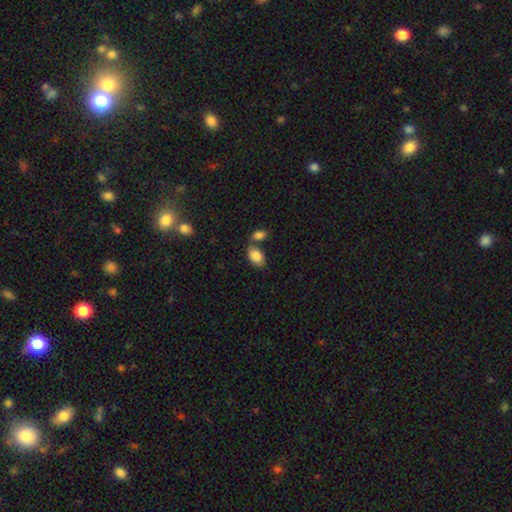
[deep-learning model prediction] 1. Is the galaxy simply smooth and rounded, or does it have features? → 86% smooth, 7% featured or disk, 7% star or artifact.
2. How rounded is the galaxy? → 91% in between, 8% round, 1% cigar-shaped.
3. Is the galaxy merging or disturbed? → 50% none, 31% merger, 14% minor disturbance, 4% major disturbance.